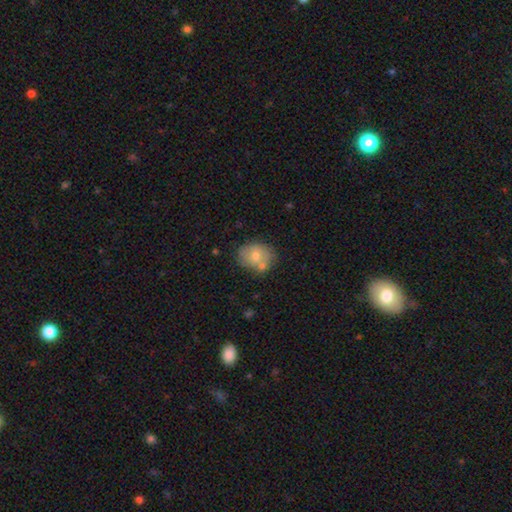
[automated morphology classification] Smooth or featured? smooth (68%)
How rounded? round (51%)
Merging? none (57%)